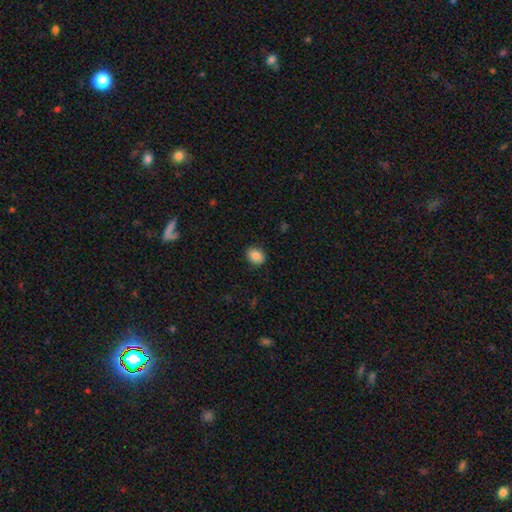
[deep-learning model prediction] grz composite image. It shows a smooth galaxy with no disk features (84%) that is round (54%). Merging: none (89%).